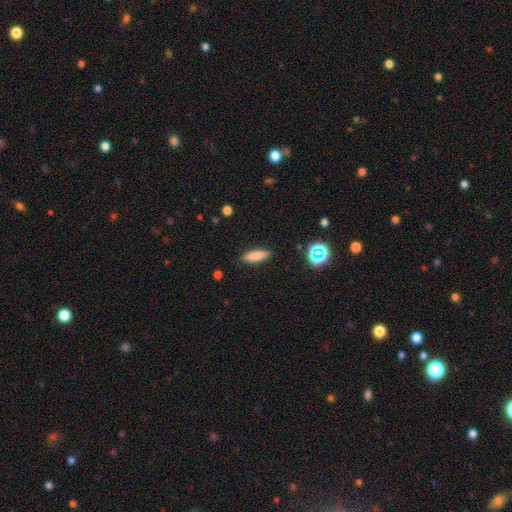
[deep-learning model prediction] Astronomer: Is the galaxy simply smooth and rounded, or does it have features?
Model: smooth — 81%.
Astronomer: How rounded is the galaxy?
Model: cigar-shaped — 60% (runner-up: in between, 38%).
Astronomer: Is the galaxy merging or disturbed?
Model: none — 89%.